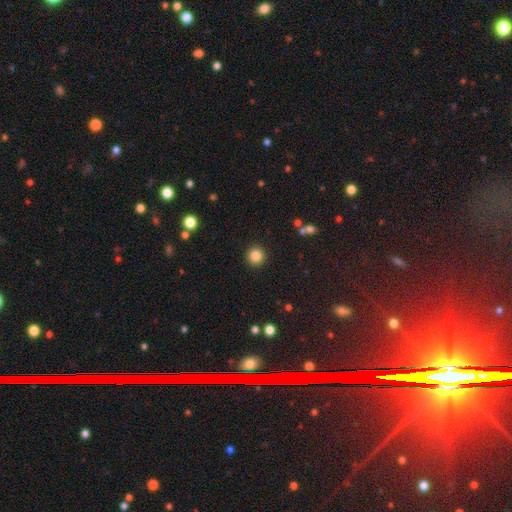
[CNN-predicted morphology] This is clearly a smooth galaxy (85%). How rounded: clearly round (95%). Merging: clearly none (92%).